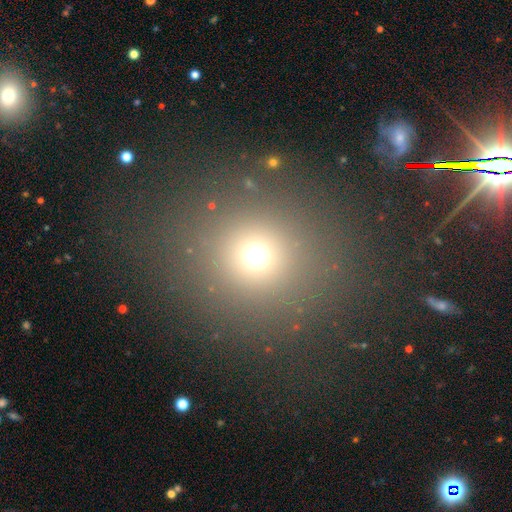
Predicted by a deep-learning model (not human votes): This appears to be a smooth galaxy with no disk features (68%) that is round (91%). Merging: none (85%).